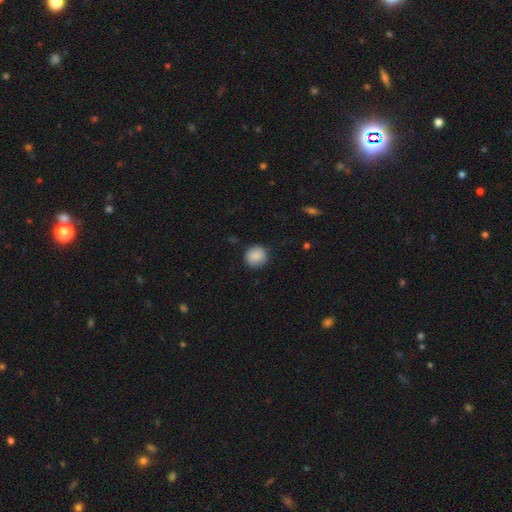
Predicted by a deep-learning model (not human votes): smooth_or_featured: smooth (p=0.88) [alt: star or artifact p=0.08]
how_rounded: round (p=0.88) [alt: in between p=0.11]
merging: none (p=0.85) [alt: minor disturbance p=0.11]